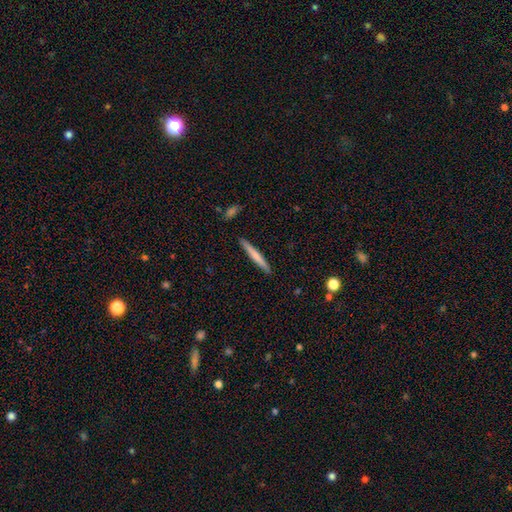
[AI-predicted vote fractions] The model was most divided on "smooth or featured": smooth: 66%, featured or disk: 29%, star or artifact: 5%. More confident: how rounded — cigar-shaped (96%); merging — none (91%).